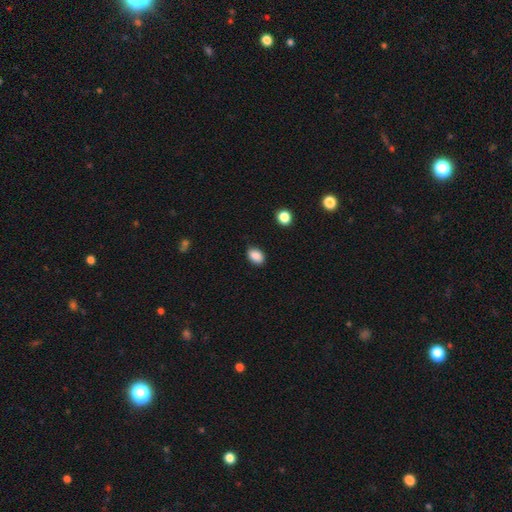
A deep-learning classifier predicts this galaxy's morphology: Q: Smooth or featured?
A: smooth (88%); runner-up: star or artifact (9%)
Q: How rounded?
A: in between (82%); runner-up: round (17%)
Q: Merging?
A: none (83%); runner-up: minor disturbance (13%)